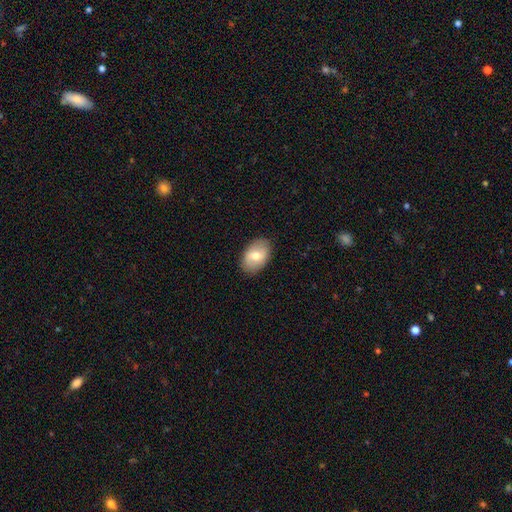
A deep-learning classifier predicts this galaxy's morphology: Overall: smooth (65%; featured or disk 29%). How rounded: in between (86%). Merging: none (86%).